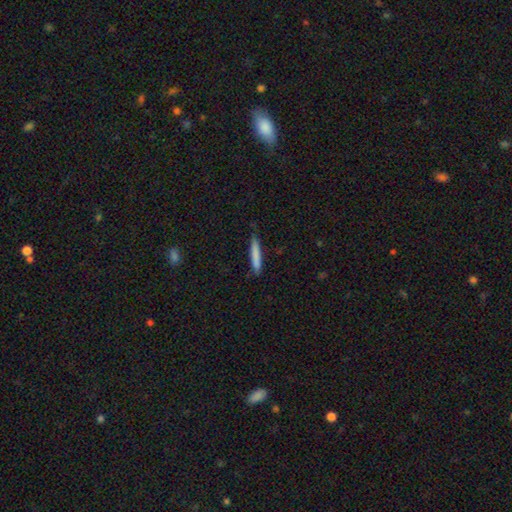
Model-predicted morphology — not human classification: This appears to be a smooth galaxy with no disk features (80%) that is cigar-shaped (93%). Merging: none (80%).